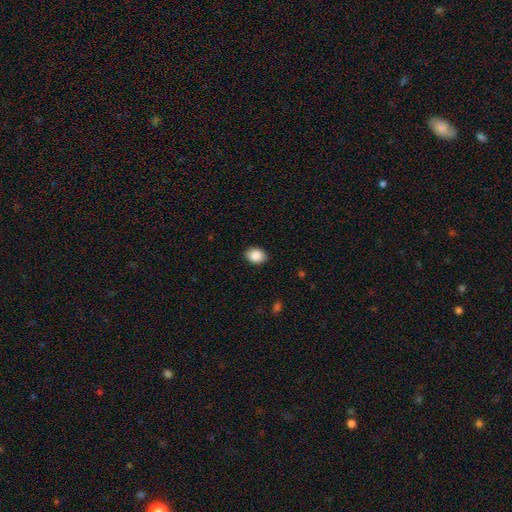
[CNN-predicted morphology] type=smooth (90%); roundness=in between (73%); merging=none (88%).